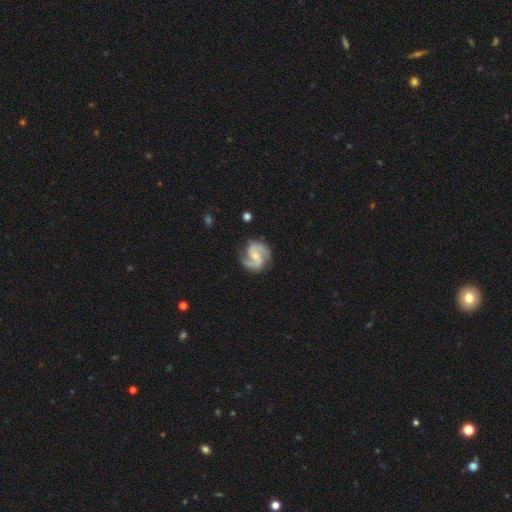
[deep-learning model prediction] featured or disk 89%, smooth 6%, star or artifact 4%. Down the decision tree: edge-on disk — no (98%); bar — weak (44%); spiral arms — yes (98%); spiral arm count — 2 (92%); spiral winding — medium (55%); bulge size — small (59%); merging — none (82%).